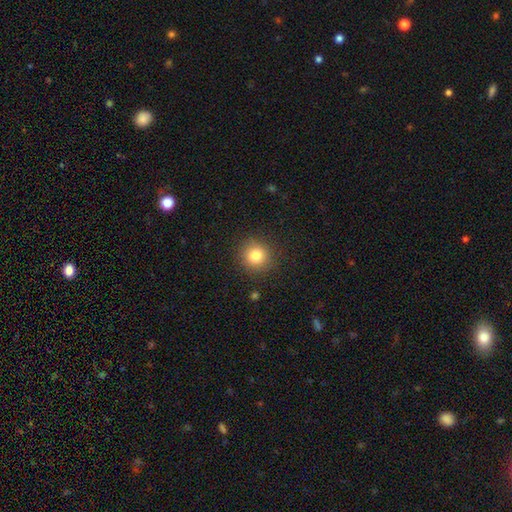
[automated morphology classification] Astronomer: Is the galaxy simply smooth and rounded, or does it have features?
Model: smooth — 83%.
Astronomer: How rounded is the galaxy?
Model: round — 92%.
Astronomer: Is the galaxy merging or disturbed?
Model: none — 89%.